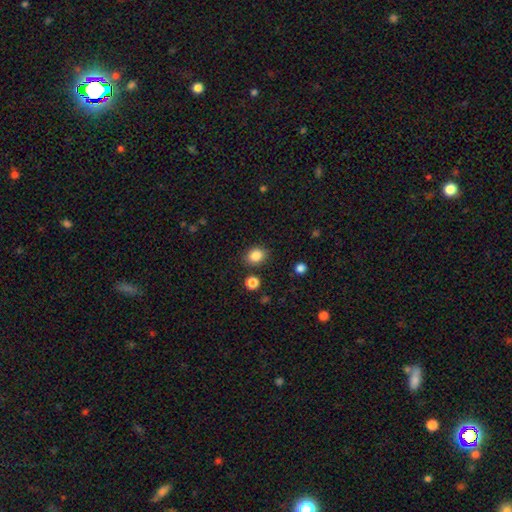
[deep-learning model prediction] Smooth or featured? smooth (86%)
How rounded? round (54%)
Merging? none (85%)